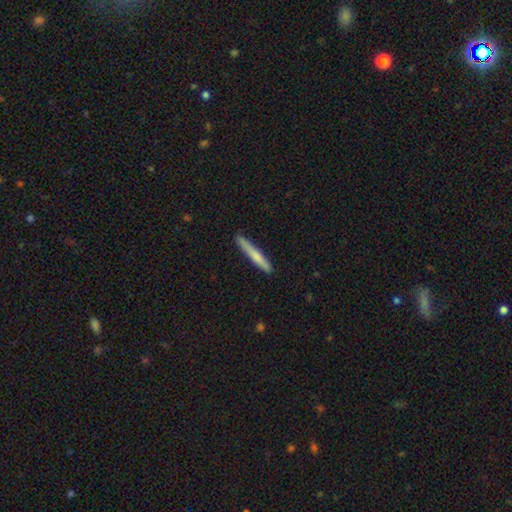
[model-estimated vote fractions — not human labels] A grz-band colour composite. It shows a smooth galaxy with no disk features (66%) that is cigar-shaped (96%). Merging: none (87%).